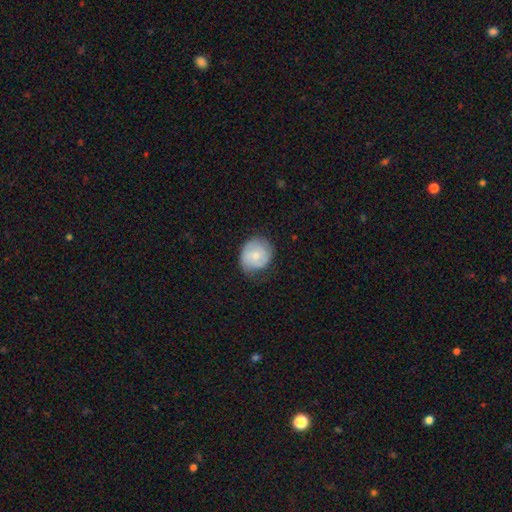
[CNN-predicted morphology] Q: Smooth or featured?
A: smooth (55%); runner-up: featured or disk (38%)
Q: How rounded?
A: round (78%); runner-up: in between (21%)
Q: Merging?
A: none (64%); runner-up: minor disturbance (27%)